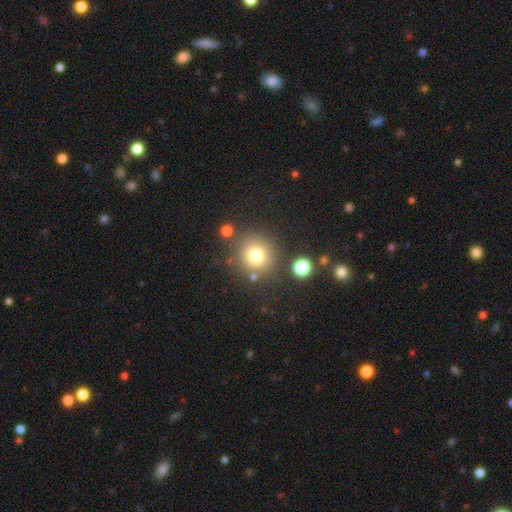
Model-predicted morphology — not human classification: Smooth or featured?
  - smooth: 75% *
  - star or artifact: 15%
  - featured or disk: 10%
How rounded?
  - round: 93% *
  - in between: 6%
  - cigar-shaped: 1%
Merging?
  - none: 80% *
  - minor disturbance: 9%
  - merger: 7%
  - major disturbance: 4%